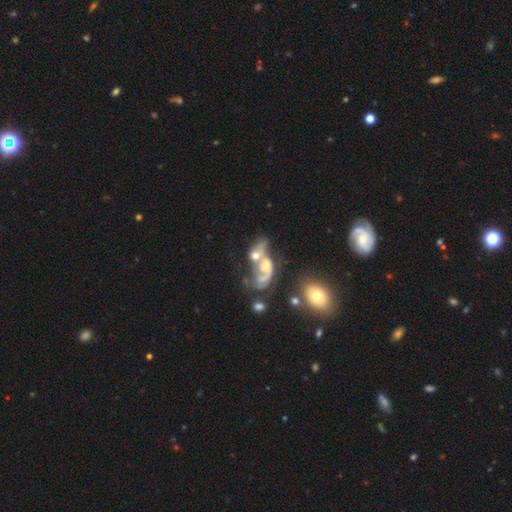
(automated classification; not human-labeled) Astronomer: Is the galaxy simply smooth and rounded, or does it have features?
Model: featured or disk — 65%.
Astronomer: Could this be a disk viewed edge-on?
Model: no — 94%.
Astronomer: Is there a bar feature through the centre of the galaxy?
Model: no — 71%.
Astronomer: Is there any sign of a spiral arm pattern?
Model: yes — 65%.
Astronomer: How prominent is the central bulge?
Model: moderate — 48% (runner-up: small, 27%).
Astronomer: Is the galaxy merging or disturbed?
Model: merger — 57%.